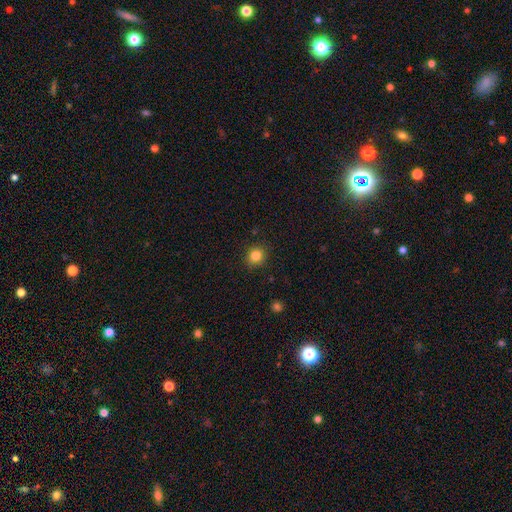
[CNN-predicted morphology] type=smooth (84%); roundness=round (86%); merging=none (89%).